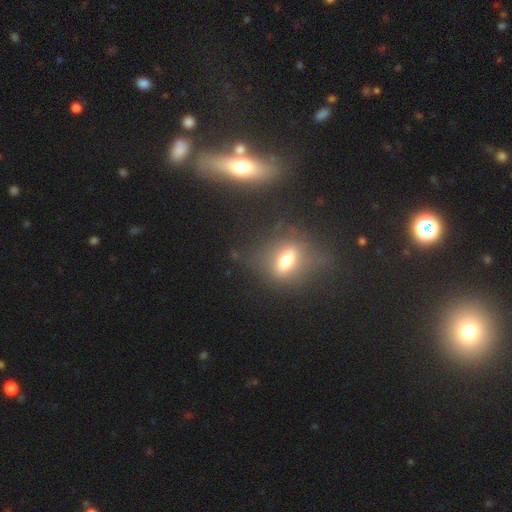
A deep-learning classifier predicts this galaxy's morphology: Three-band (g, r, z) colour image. It shows a smooth galaxy with no disk features (40%). Merging: none (67%).